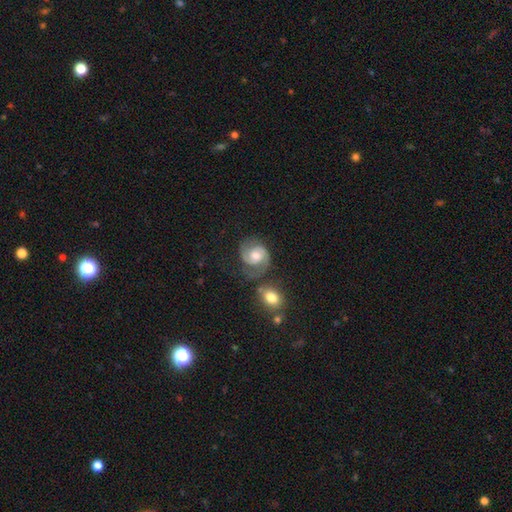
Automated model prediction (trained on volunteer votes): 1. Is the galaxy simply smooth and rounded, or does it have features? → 82% featured or disk, 12% smooth, 6% star or artifact.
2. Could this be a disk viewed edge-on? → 98% no, 2% yes.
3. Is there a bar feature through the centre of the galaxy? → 60% no, 33% weak, 7% strong.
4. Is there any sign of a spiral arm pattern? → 96% yes, 4% no.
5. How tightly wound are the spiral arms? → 50% medium, 39% tight, 12% loose.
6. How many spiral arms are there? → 90% 2, 4% can't tell, 3% 1, 2% 3, 1% 4, 1% more than 4.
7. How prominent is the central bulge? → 66% moderate, 22% small, 9% large, 2% none, 1% dominant.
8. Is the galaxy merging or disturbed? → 63% none, 18% minor disturbance, 10% merger, 9% major disturbance.